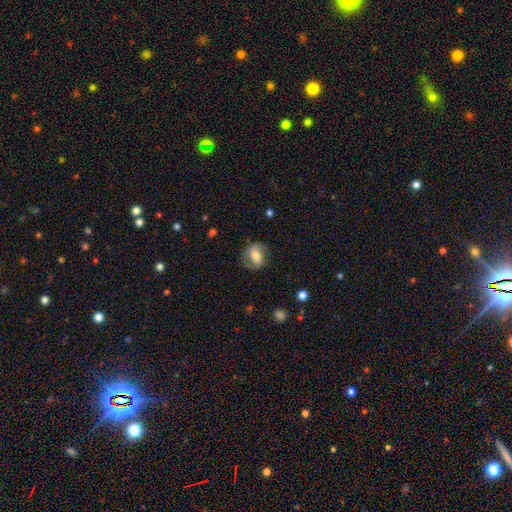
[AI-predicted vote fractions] Smooth or featured: smooth — 47% (featured or disk — 45%)
Merging: none — 72% (minor disturbance — 18%)